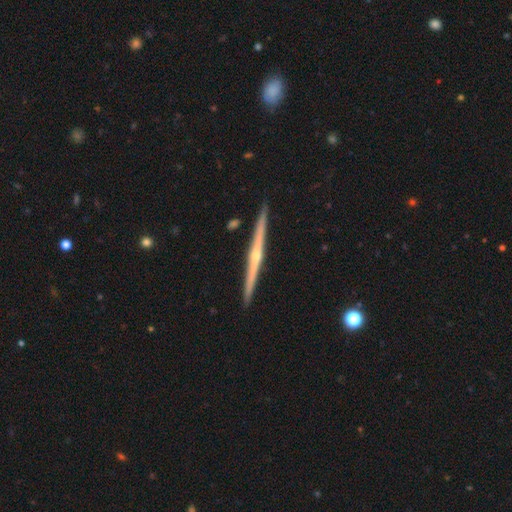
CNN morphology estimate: smooth_or_featured: featured or disk (p=0.83) [alt: smooth p=0.12]
disk_edge_on: yes (p=0.99) [alt: no p=0.01]
edge_on_bulge: rounded (p=0.81) [alt: none p=0.15]
merging: none (p=0.93) [alt: minor disturbance p=0.05]